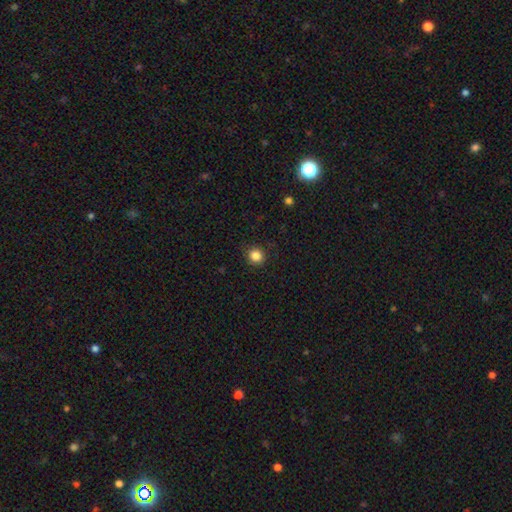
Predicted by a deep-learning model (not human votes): This appears to be a smooth galaxy with no disk features (85%) that is round (91%). Merging: none (90%).